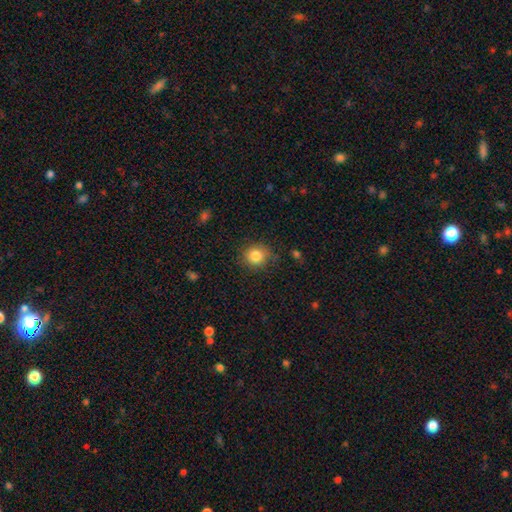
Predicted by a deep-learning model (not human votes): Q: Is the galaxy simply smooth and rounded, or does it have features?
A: smooth — 84%.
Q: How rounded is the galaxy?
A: round — 88%.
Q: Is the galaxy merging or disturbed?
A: none — 81%.